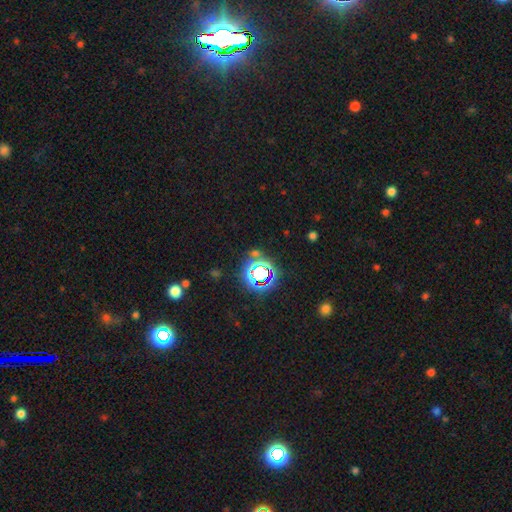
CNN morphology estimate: Smooth or featured?
  - star or artifact: 75% *
  - smooth: 16%
  - featured or disk: 8%